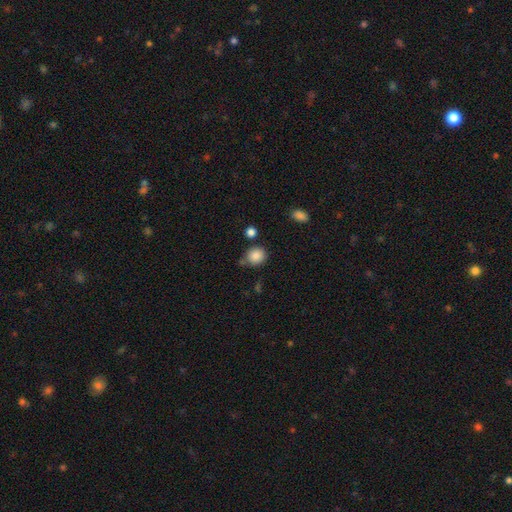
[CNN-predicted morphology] smooth_or_featured: smooth (p=0.87) [alt: star or artifact p=0.09]
how_rounded: round (p=0.79) [alt: in between p=0.20]
merging: none (p=0.71) [alt: minor disturbance p=0.16]